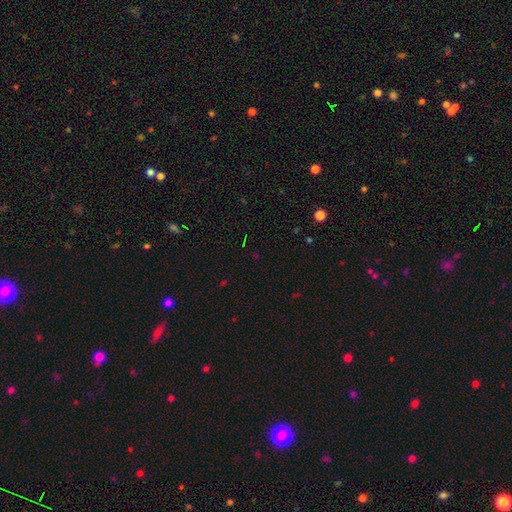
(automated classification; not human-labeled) Smooth or featured? star or artifact (68%)